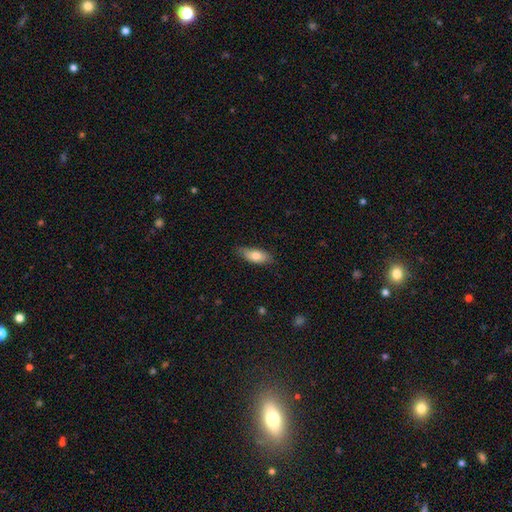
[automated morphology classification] This appears to be a smooth galaxy with no disk features (75%) that is in between round and cigar-shaped (80%). Merging: none (76%).